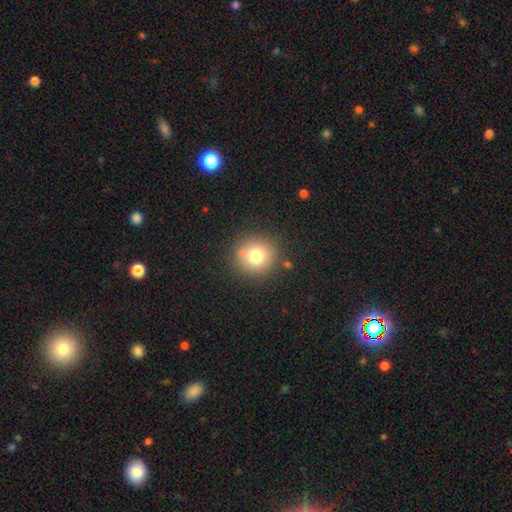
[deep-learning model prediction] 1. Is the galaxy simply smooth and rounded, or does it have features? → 75% smooth, 13% star or artifact, 12% featured or disk.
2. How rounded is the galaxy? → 89% round, 10% in between, 1% cigar-shaped.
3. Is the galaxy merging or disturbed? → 82% none, 10% minor disturbance, 5% merger, 3% major disturbance.